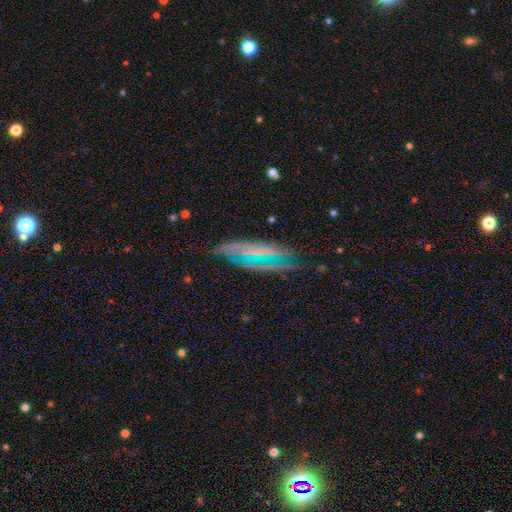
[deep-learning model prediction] Q: Smooth or featured?
A: featured or disk (66%); runner-up: smooth (20%)
Q: Edge-on disk?
A: no (69%); runner-up: yes (31%)
Q: Merging?
A: none (61%); runner-up: minor disturbance (21%)